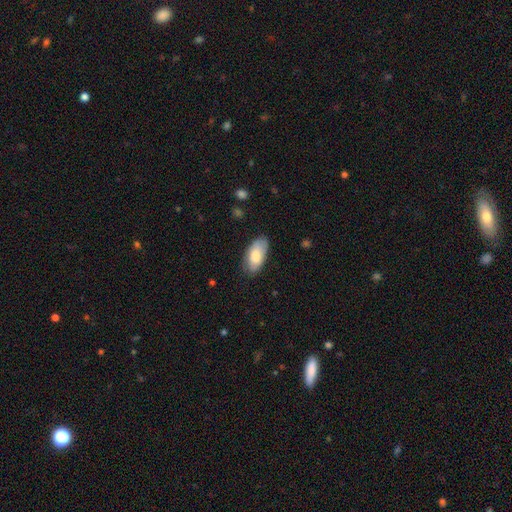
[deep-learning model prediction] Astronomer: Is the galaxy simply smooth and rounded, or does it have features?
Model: smooth — 81%.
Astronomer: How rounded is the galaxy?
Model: in between — 93%.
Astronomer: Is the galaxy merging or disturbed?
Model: none — 75%.